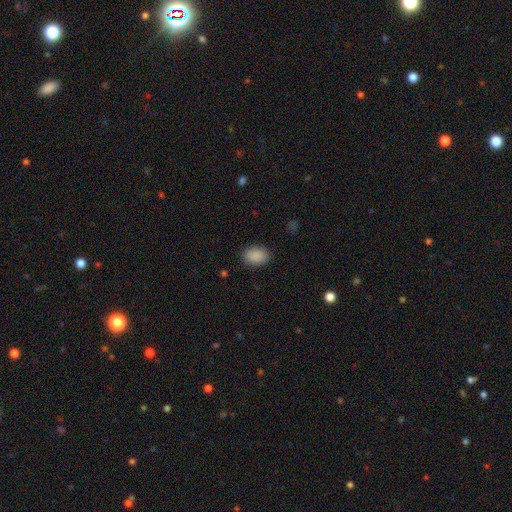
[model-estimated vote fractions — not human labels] Smooth or featured? smooth (89%)
How rounded? in between (76%)
Merging? none (86%)